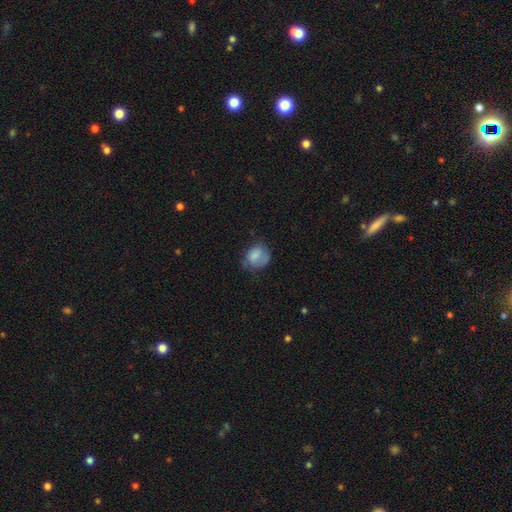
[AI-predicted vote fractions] Smooth or featured? Predicted: smooth (p=0.74). How rounded? Predicted: round (p=0.59). Merging? Predicted: none (p=0.48).